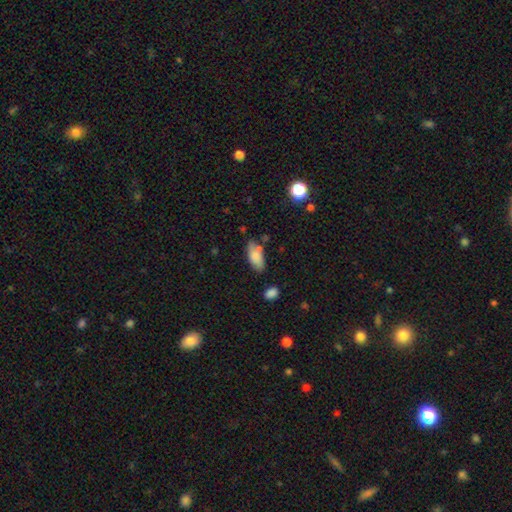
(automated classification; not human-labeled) smooth-or-featured: smooth: 80% | featured or disk: 13% | star or artifact: 7%
  how-rounded: in between: 86% | cigar-shaped: 12% | round: 2%
  merging: none: 63% | minor disturbance: 23% | merger: 9% | major disturbance: 5%